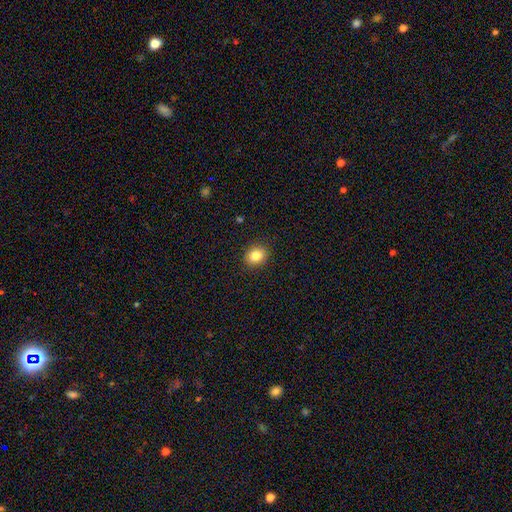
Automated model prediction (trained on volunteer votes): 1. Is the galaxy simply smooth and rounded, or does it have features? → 83% smooth, 10% star or artifact, 7% featured or disk.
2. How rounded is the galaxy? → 55% round, 44% in between, 1% cigar-shaped.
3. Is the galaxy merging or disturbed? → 90% none, 7% minor disturbance, 2% major disturbance, 1% merger.